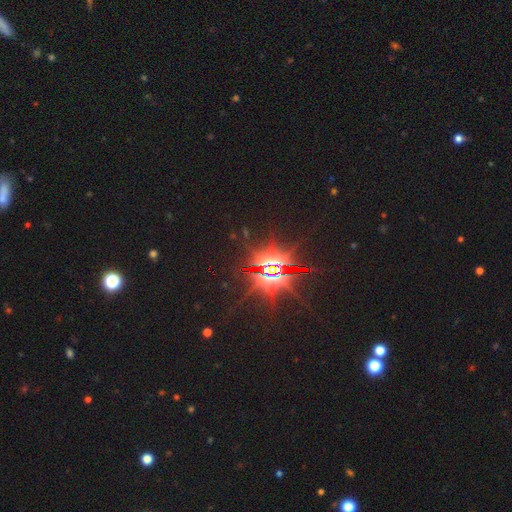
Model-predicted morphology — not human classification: star or artifact 84%, featured or disk 9%, smooth 7%.